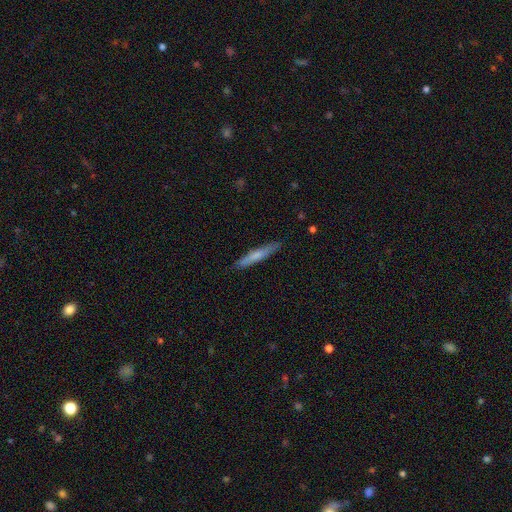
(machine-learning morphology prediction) smooth-or-featured: smooth: 64% | featured or disk: 30% | star or artifact: 6%
  how-rounded: cigar-shaped: 93% | in between: 5% | round: 1%
  merging: none: 89% | minor disturbance: 9% | major disturbance: 2% | merger: 1%